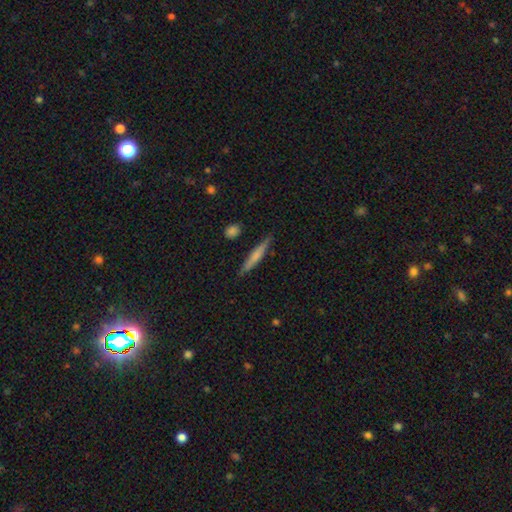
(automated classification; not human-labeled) The model was most divided on "smooth or featured": smooth: 58%, featured or disk: 36%, star or artifact: 6%. More confident: how rounded — cigar-shaped (93%); merging — none (85%).